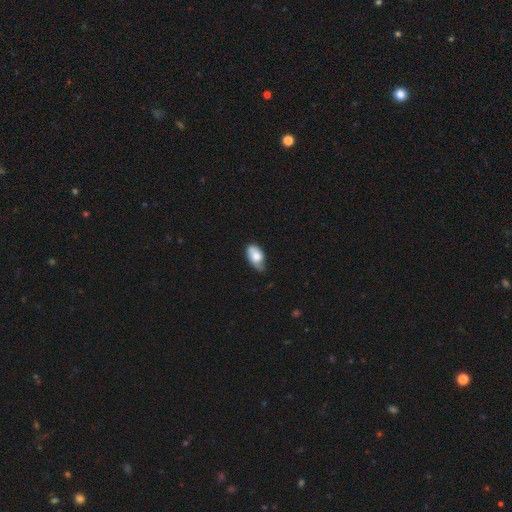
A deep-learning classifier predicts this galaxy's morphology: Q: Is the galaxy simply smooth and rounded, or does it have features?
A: smooth — 70%.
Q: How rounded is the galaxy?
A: in between — 93%.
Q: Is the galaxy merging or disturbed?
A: none — 51%.